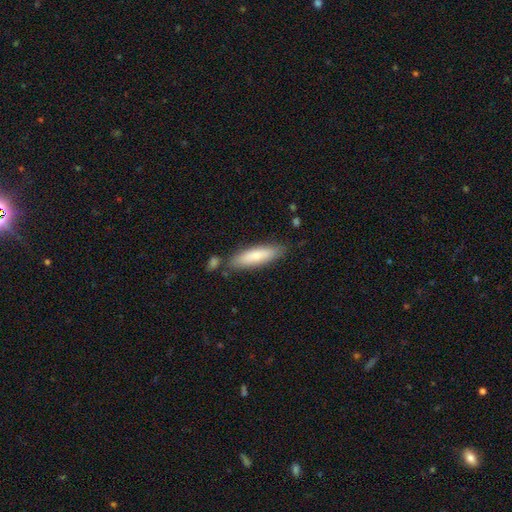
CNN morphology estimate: A smooth galaxy with no disk features (78%) that is cigar-shaped (68%).

Vote fractions:
- Smooth or featured? smooth: 78% / featured or disk: 17% / star or artifact: 5%
- How rounded? cigar-shaped: 68% / in between: 30% / round: 1%
- Merging? none: 77% / minor disturbance: 14% / merger: 6% / major disturbance: 3%